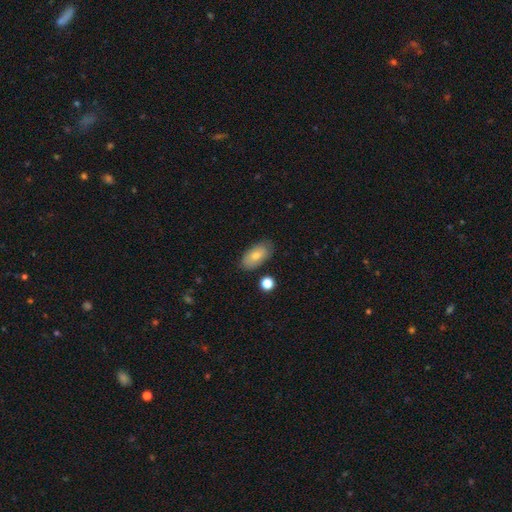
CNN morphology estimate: This appears to be a smooth galaxy with no disk features (77%) that is in between round and cigar-shaped (92%). Merging: none (80%).